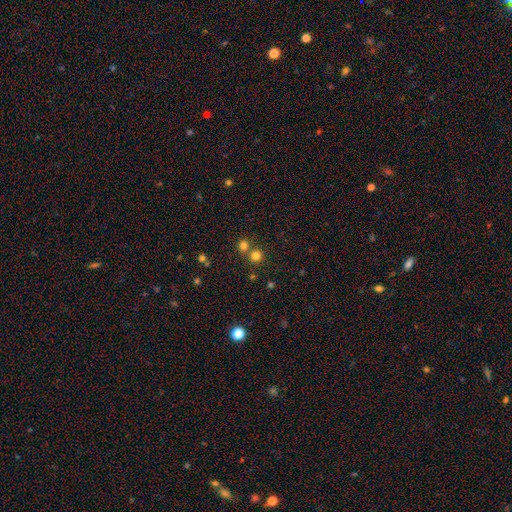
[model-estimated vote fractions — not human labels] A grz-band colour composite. It shows a smooth galaxy with no disk features (76%) that is round (92%). Merging: none (66%).